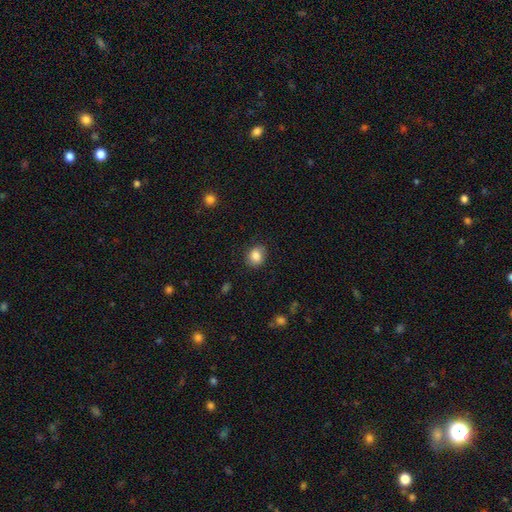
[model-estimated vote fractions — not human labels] Smooth or featured? smooth (86%)
How rounded? round (70%)
Merging? none (82%)